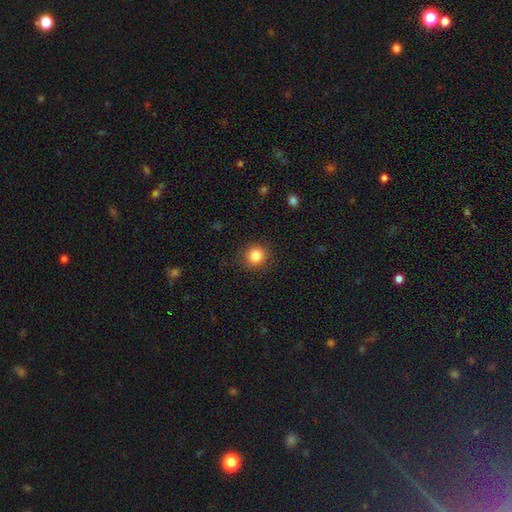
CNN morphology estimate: Overall: smooth (85%). How rounded: round (89%). Merging: none (88%).